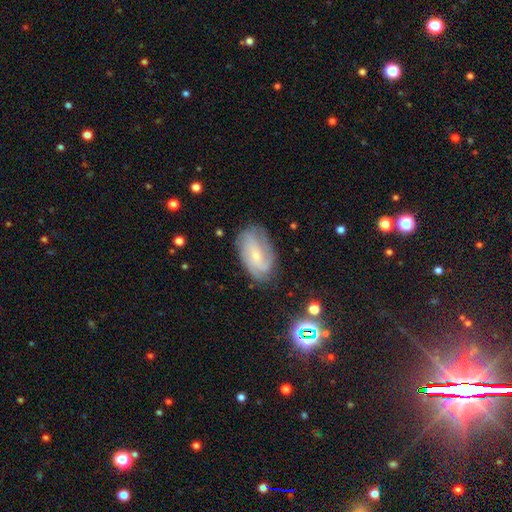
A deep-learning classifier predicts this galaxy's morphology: Smooth or featured? Predicted: featured or disk (p=0.73). Edge-on disk? Predicted: no (p=0.96). Bar? Predicted: no (p=0.61). Spiral arms? Predicted: yes (p=0.92). Spiral winding? Predicted: tight (p=0.42). Spiral arm count? Predicted: can't tell (p=0.34). Bulge size? Predicted: small (p=0.79). Merging? Predicted: none (p=0.70).